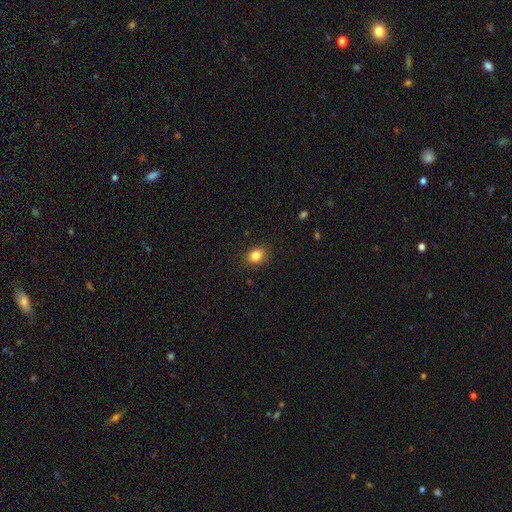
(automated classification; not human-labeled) smooth_or_featured: smooth (p=0.84) [alt: star or artifact p=0.10]
how_rounded: in between (p=0.50) [alt: round p=0.49]
merging: none (p=0.86) [alt: minor disturbance p=0.11]